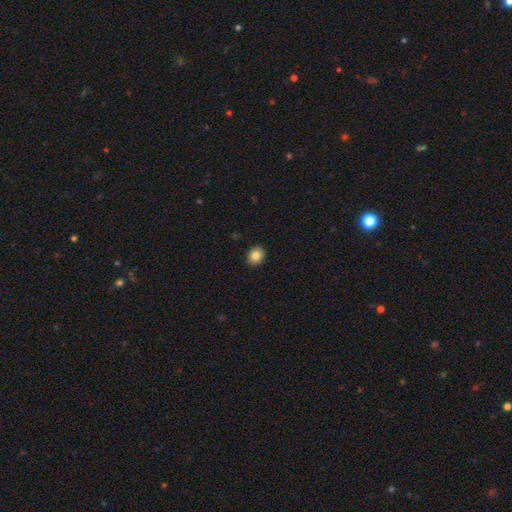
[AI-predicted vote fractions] The model was most divided on "how rounded": round: 64%, in between: 35%, cigar-shaped: 1%. More confident: merging — none (92%); smooth or featured — smooth (84%).